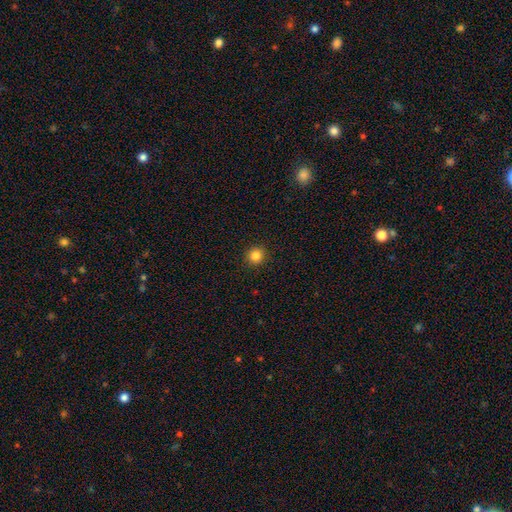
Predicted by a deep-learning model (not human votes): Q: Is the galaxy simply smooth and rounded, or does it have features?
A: smooth — 83%.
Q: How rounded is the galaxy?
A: round — 93%.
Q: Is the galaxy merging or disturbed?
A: none — 92%.